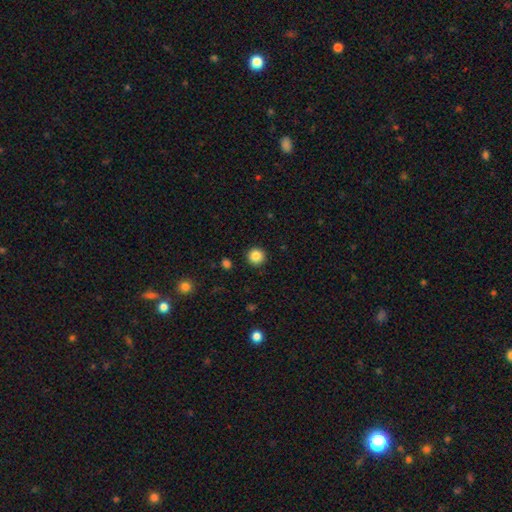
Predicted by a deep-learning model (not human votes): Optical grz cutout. It shows a smooth galaxy with no disk features (86%) that is round (95%). Merging: none (93%).